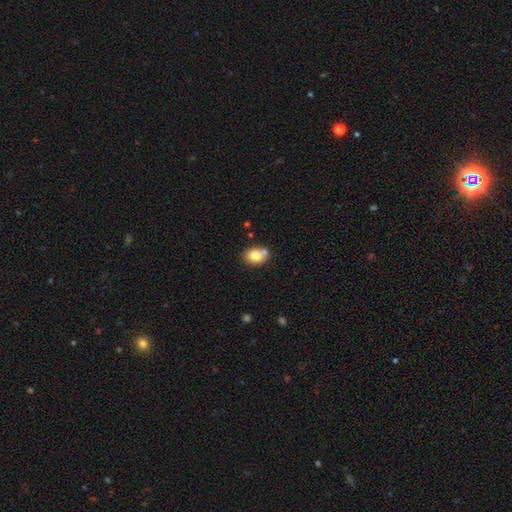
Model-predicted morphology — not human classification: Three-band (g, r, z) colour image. It shows a smooth galaxy with no disk features (79%) that is in between round and cigar-shaped (51%). Merging: none (62%).